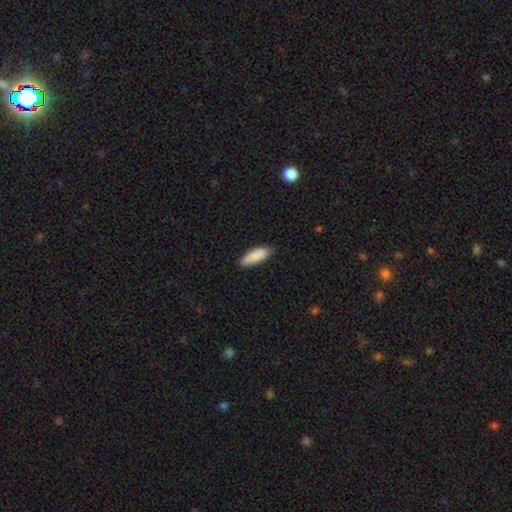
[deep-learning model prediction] Morphology: type=smooth (87%); roundness=in between (65%); merging=none (80%).